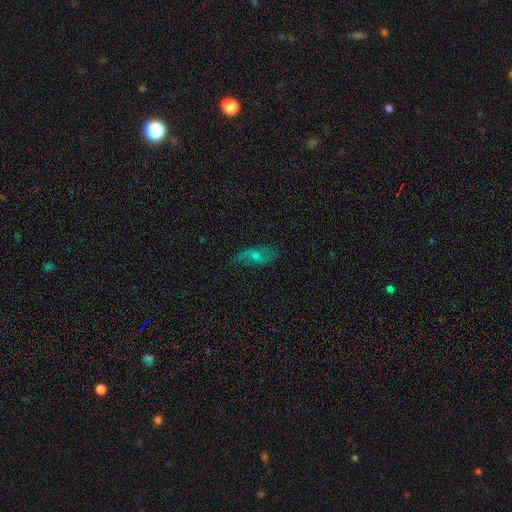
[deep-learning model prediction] featured or disk 61%, smooth 27%, star or artifact 12%. Down the decision tree: edge-on disk — no (90%); bar — no (56%); spiral arms — yes (84%); bulge size — small (52%); merging — none (68%).